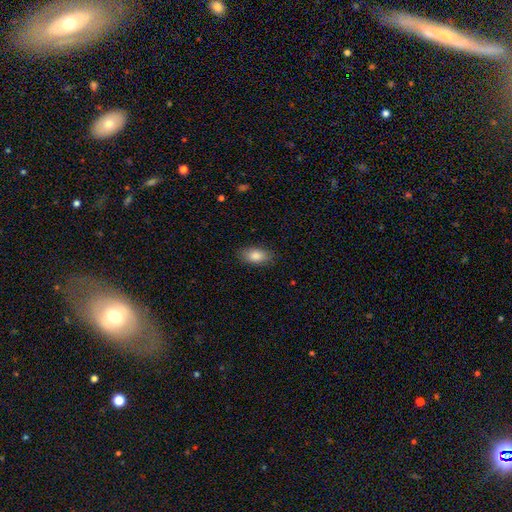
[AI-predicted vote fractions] Q: Smooth or featured?
A: smooth (85%); runner-up: featured or disk (8%)
Q: How rounded?
A: in between (90%); runner-up: cigar-shaped (5%)
Q: Merging?
A: none (85%); runner-up: minor disturbance (11%)